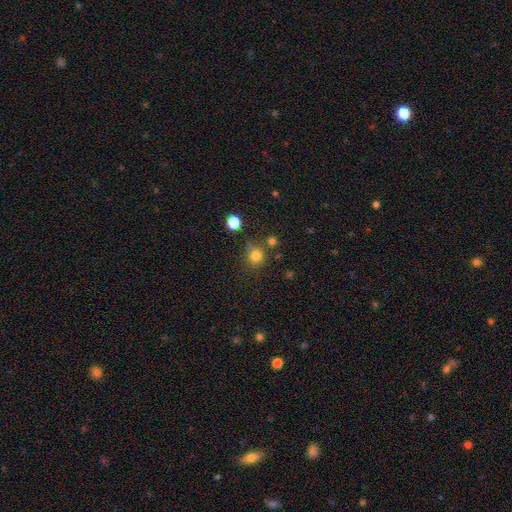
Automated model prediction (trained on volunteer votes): smooth_or_featured: smooth (p=0.80) [alt: star or artifact p=0.15]
how_rounded: round (p=0.90) [alt: in between p=0.09]
merging: none (p=0.77) [alt: minor disturbance p=0.11]